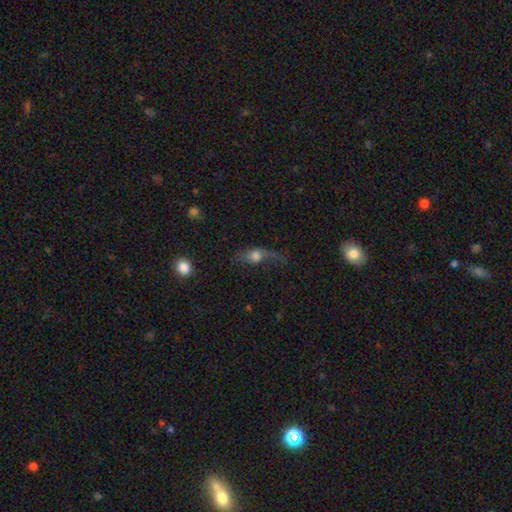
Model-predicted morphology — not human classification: Overall: smooth (54%; featured or disk 34%). How rounded: in between (51%; round 32%). Merging: major disturbance (37%; none 35%).